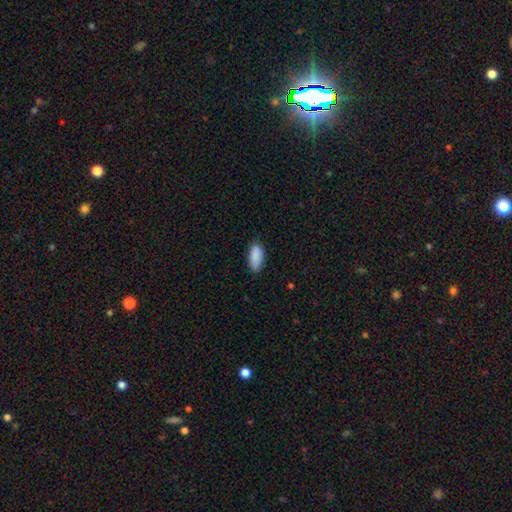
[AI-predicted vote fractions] This appears to be a smooth galaxy with no disk features (90%) that is in between round and cigar-shaped (87%). Merging: none (81%).